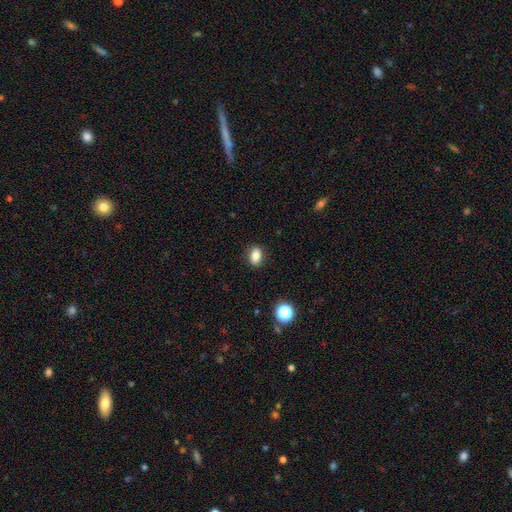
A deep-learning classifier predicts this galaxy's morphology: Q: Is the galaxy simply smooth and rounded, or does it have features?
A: smooth — 82%.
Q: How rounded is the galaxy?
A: in between — 77%.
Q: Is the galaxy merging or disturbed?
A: none — 86%.